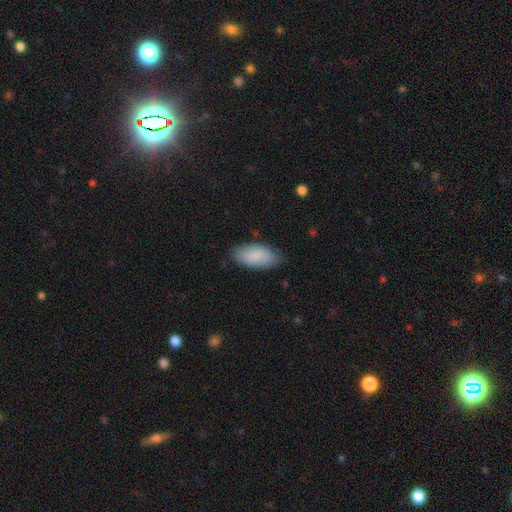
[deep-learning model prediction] smooth 86%, featured or disk 8%, star or artifact 6%. Down the decision tree: how rounded — in between (93%); merging — none (79%).